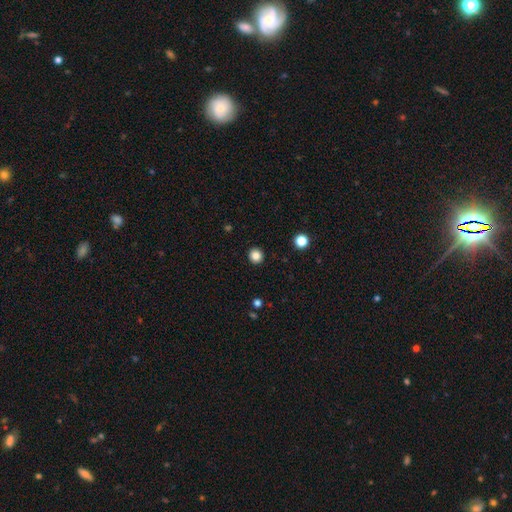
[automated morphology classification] Smooth or featured? Predicted: smooth (p=0.85). How rounded? Predicted: round (p=0.92). Merging? Predicted: none (p=0.93).